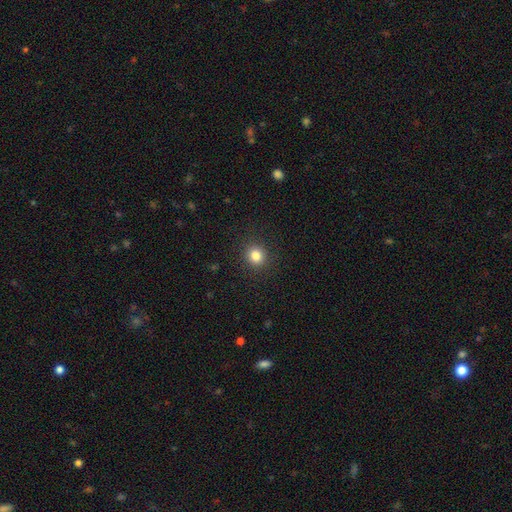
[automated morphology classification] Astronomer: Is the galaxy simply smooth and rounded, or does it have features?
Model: smooth — 83%.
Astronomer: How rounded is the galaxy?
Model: round — 87%.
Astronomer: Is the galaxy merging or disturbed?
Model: none — 91%.